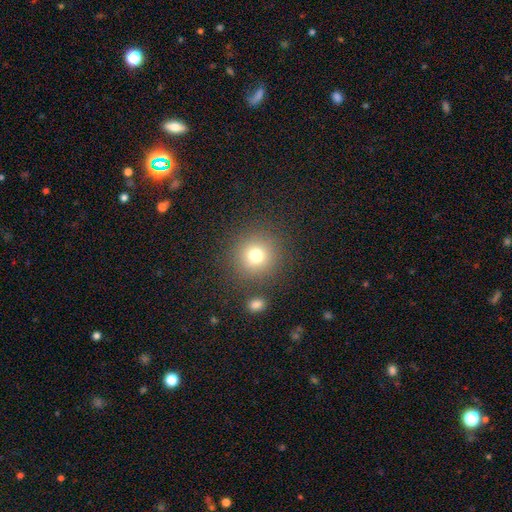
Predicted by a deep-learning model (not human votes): Morphology: type=smooth (76%); roundness=round (92%); merging=none (85%).